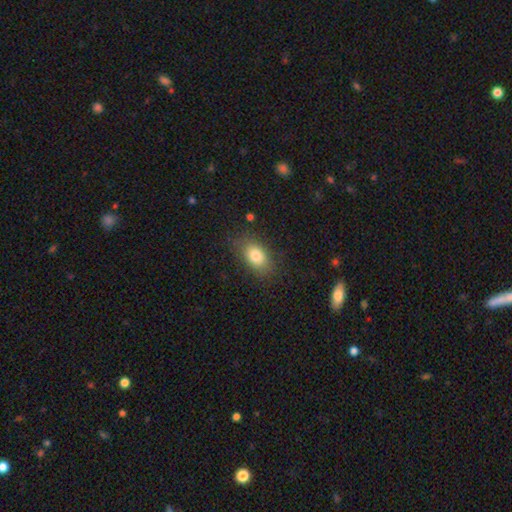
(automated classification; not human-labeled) smooth_or_featured: smooth (p=0.81) [alt: featured or disk p=0.10]
how_rounded: in between (p=0.85) [alt: round p=0.13]
merging: none (p=0.81) [alt: minor disturbance p=0.14]